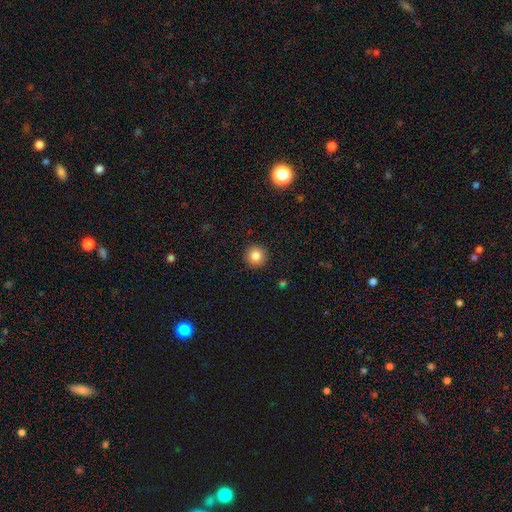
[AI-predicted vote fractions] Morphology: type=smooth (84%); roundness=round (95%); merging=none (92%).